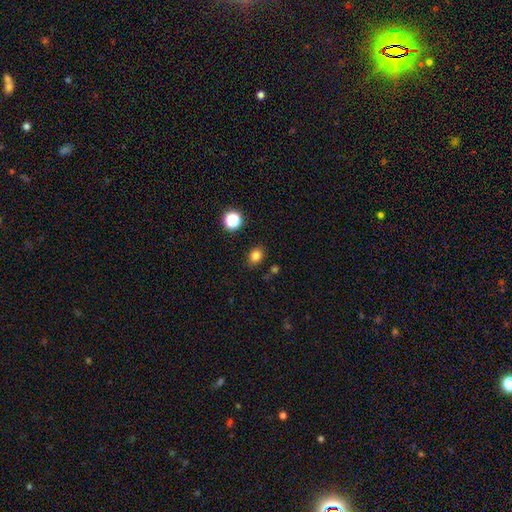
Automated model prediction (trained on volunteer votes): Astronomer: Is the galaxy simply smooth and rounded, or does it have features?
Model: smooth — 81%.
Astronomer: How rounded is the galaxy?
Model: round — 54% (runner-up: in between, 45%).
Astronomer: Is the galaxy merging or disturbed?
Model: none — 84%.